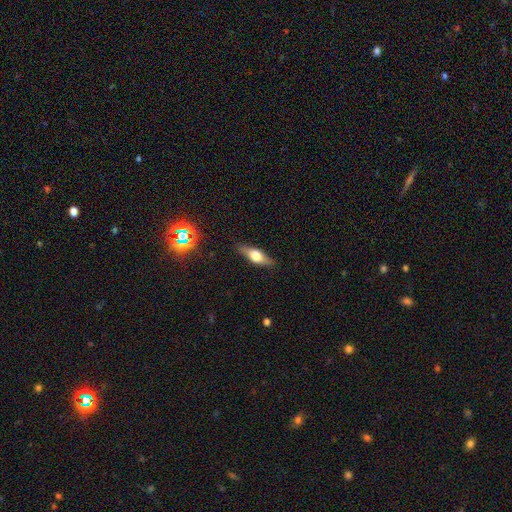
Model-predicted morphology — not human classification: Smooth or featured? Predicted: featured or disk (p=0.47). Merging? Predicted: none (p=0.84).